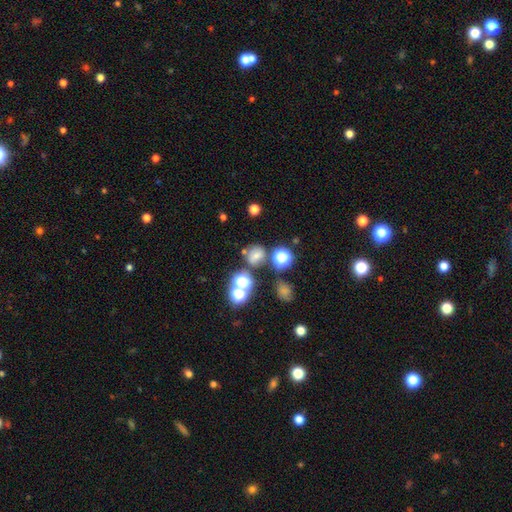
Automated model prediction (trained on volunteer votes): Smooth or featured? Predicted: smooth (p=0.58). How rounded? Predicted: round (p=0.69). Merging? Predicted: none (p=0.64).